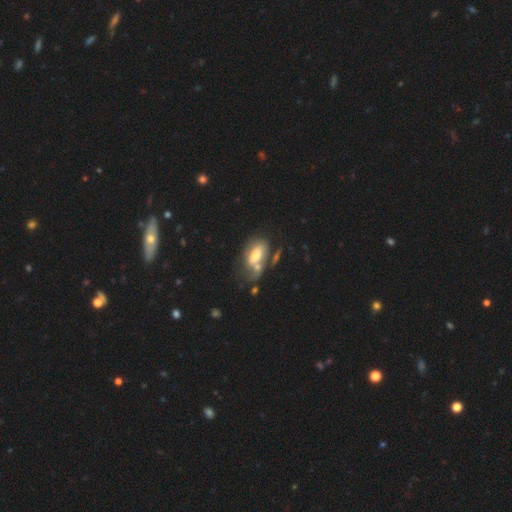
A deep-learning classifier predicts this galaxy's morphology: The model was most divided on "merging": none: 34%, merger: 31%, minor disturbance: 20%, major disturbance: 15%. More confident: how rounded — in between (87%); smooth or featured — smooth (59%).